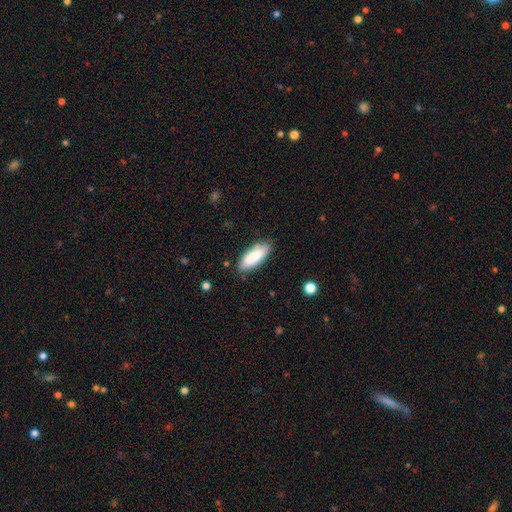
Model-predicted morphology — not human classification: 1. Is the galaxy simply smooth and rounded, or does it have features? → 84% smooth, 10% featured or disk, 6% star or artifact.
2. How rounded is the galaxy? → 75% in between, 23% cigar-shaped, 2% round.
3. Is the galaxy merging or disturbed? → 81% none, 14% minor disturbance, 3% major disturbance, 2% merger.